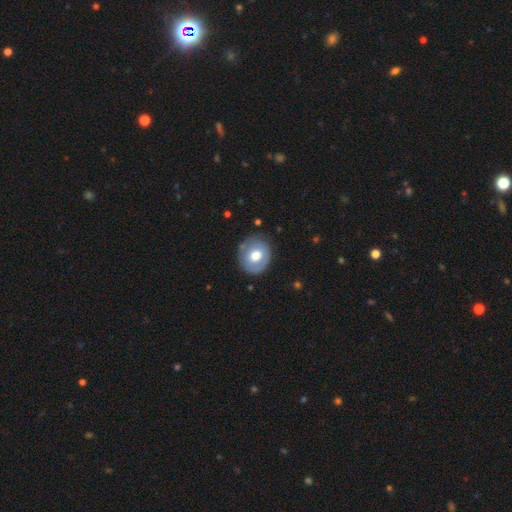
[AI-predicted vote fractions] smooth 62%, featured or disk 31%, star or artifact 7%. Down the decision tree: how rounded — round (76%); merging — none (82%).